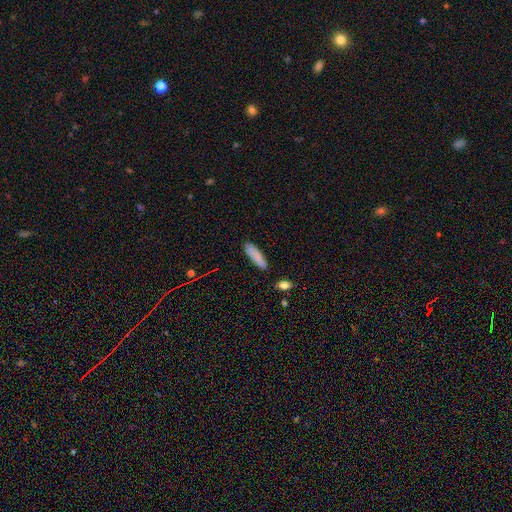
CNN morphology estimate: Smooth or featured?
  - smooth: 85% *
  - featured or disk: 7%
  - star or artifact: 7%
How rounded?
  - cigar-shaped: 68% *
  - in between: 30%
  - round: 2%
Merging?
  - none: 87% *
  - minor disturbance: 10%
  - merger: 2%
  - major disturbance: 2%